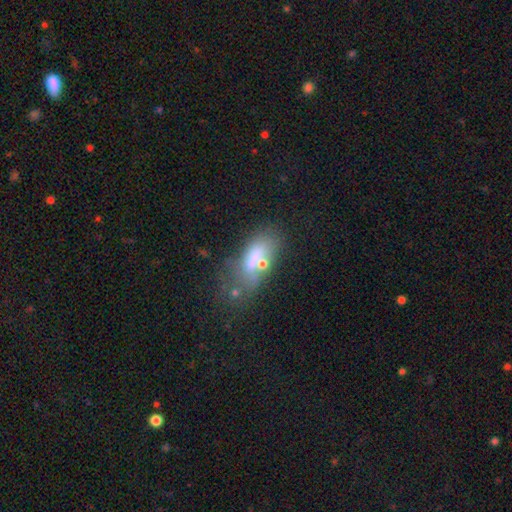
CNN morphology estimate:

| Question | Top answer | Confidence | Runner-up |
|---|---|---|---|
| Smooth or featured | smooth | 55% | featured or disk (31%) |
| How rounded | in between | 74% | cigar-shaped (20%) |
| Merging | none | 38% | merger (24%) |